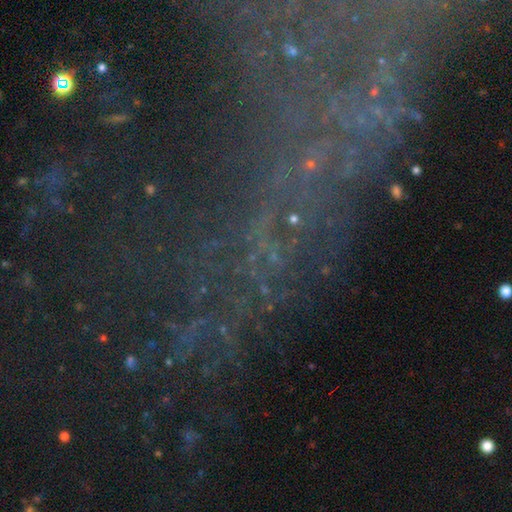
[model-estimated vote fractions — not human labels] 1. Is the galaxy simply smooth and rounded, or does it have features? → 65% star or artifact, 22% featured or disk, 14% smooth.